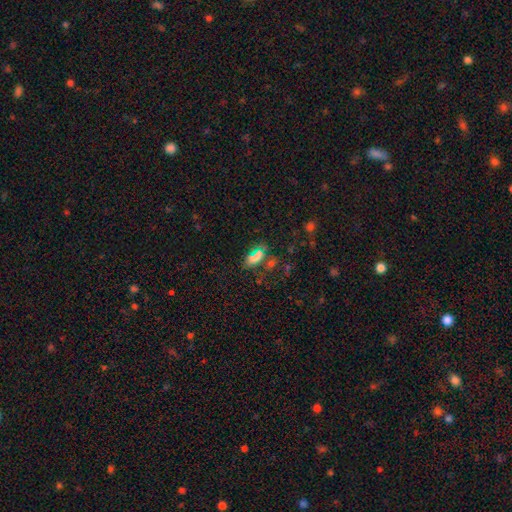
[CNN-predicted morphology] A smooth galaxy with no disk features (63%) that is in between round and cigar-shaped (80%).

Vote fractions:
- Smooth or featured? smooth: 63% / star or artifact: 25% / featured or disk: 12%
- How rounded? in between: 80% / cigar-shaped: 13% / round: 7%
- Merging? none: 61% / minor disturbance: 19% / merger: 11% / major disturbance: 9%